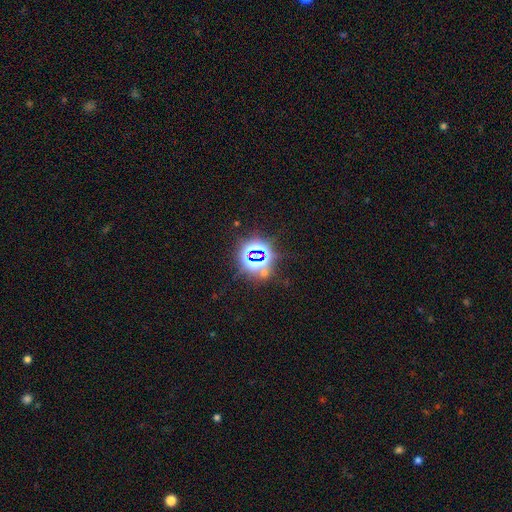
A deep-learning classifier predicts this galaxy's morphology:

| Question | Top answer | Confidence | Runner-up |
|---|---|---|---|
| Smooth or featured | star or artifact | 79% | smooth (13%) |